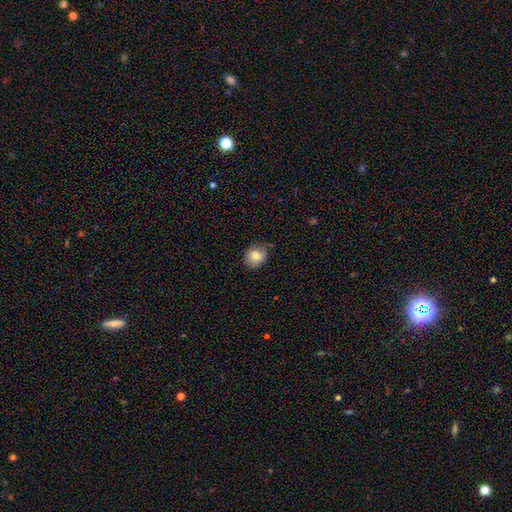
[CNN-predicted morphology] This is likely a smooth galaxy (79%). How rounded: likely round (71%). Merging: likely none (69%).